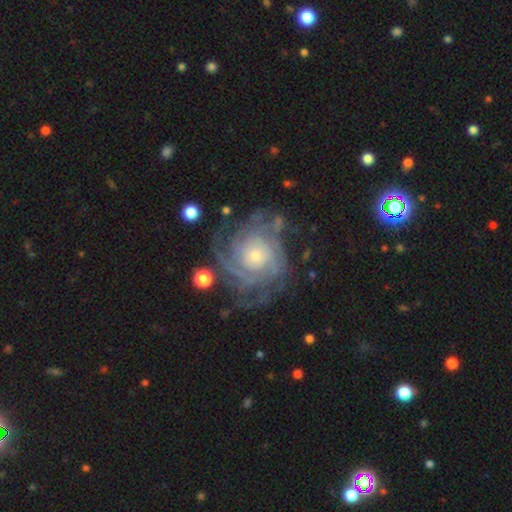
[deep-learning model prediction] This appears to be a featured or disk galaxy (88%) with no bar (79%), 4 (26%) tight (71%) spiral arms (97%) and a small central bulge (61%). Merging: none (70%).